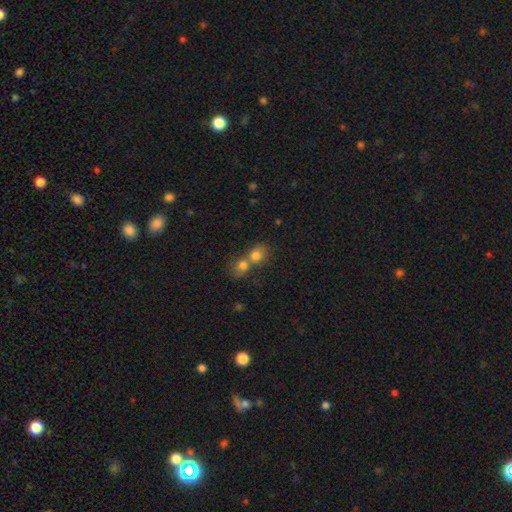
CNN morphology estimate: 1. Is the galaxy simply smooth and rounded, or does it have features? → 77% smooth, 13% featured or disk, 11% star or artifact.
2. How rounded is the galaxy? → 67% round, 31% in between, 1% cigar-shaped.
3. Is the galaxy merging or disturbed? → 68% merger, 24% none, 5% minor disturbance, 3% major disturbance.